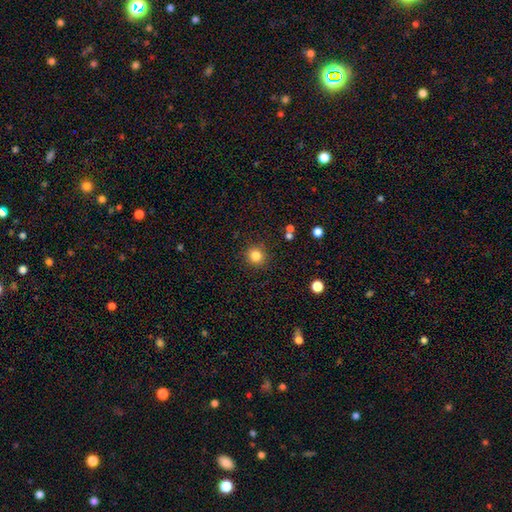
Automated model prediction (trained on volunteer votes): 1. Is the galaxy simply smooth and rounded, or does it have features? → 83% smooth, 11% star or artifact, 5% featured or disk.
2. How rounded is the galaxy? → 93% round, 6% in between, 1% cigar-shaped.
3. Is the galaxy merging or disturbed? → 89% none, 7% minor disturbance, 2% major disturbance, 2% merger.